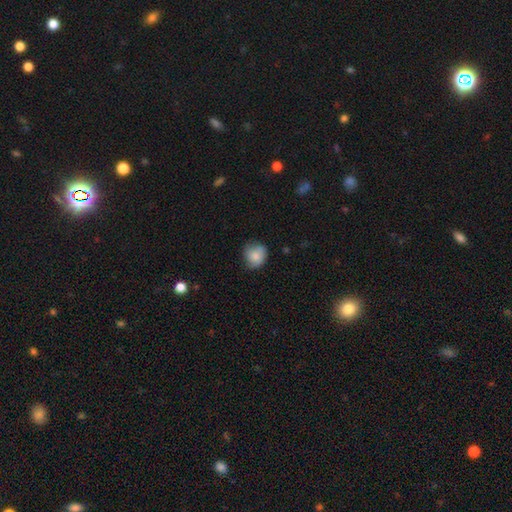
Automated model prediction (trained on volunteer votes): smooth-or-featured: smooth: 80% | featured or disk: 12% | star or artifact: 8%
  how-rounded: round: 82% | in between: 17% | cigar-shaped: 1%
  merging: none: 67% | minor disturbance: 26% | major disturbance: 6% | merger: 1%